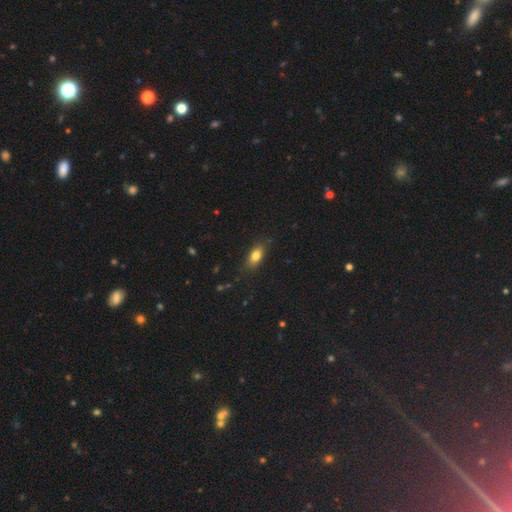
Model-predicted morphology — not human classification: This appears to be a smooth galaxy with no disk features (80%) that is in between round and cigar-shaped (83%). Merging: none (81%).